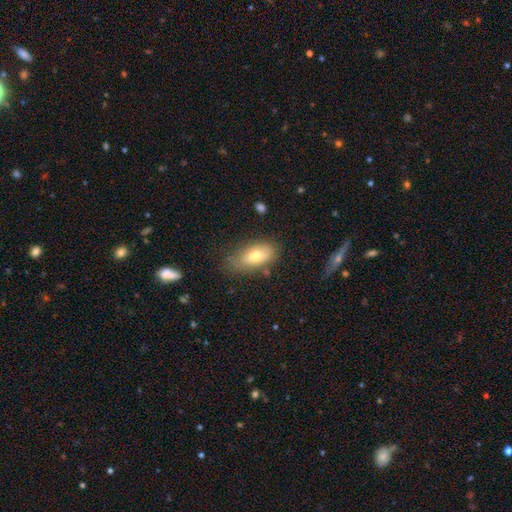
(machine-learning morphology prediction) Smooth or featured? smooth (72%)
How rounded? in between (90%)
Merging? none (67%)